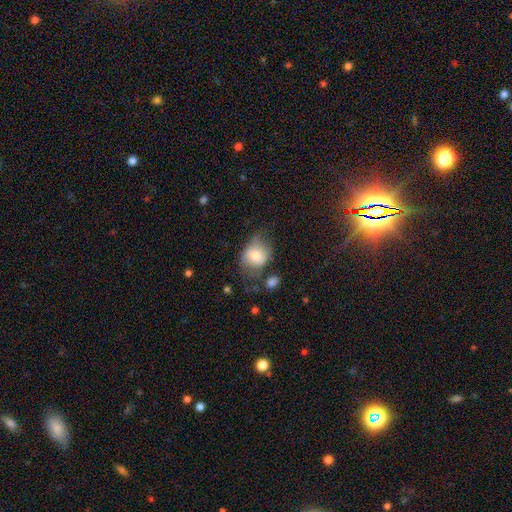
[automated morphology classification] smooth-or-featured: smooth: 71% | featured or disk: 21% | star or artifact: 9%
  how-rounded: round: 55% | in between: 44% | cigar-shaped: 1%
  merging: none: 47% | minor disturbance: 31% | major disturbance: 16% | merger: 5%